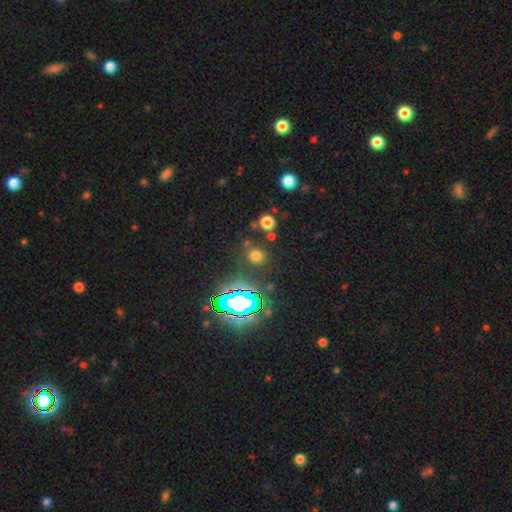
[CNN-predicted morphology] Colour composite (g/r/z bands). It shows a smooth galaxy with no disk features (61%) that is round (84%). Merging: none (82%).